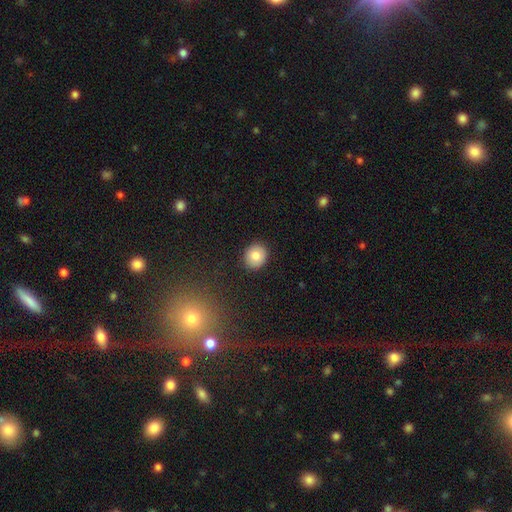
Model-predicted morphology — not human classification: smooth_or_featured: smooth (p=0.83) [alt: star or artifact p=0.09]
how_rounded: round (p=0.78) [alt: in between p=0.21]
merging: none (p=0.91) [alt: minor disturbance p=0.06]